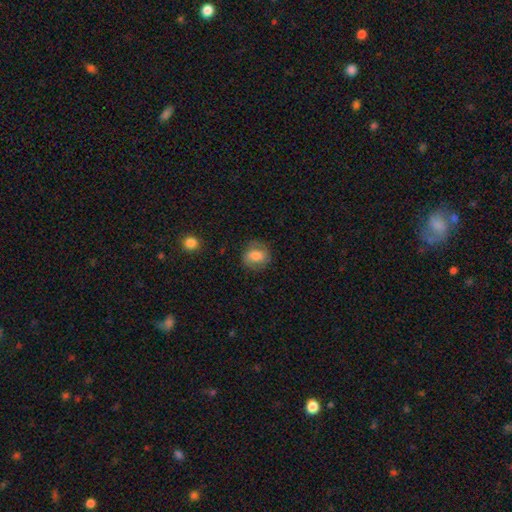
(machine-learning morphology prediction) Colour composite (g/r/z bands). It shows a smooth galaxy with no disk features (56%) that is round (63%). Merging: none (75%).